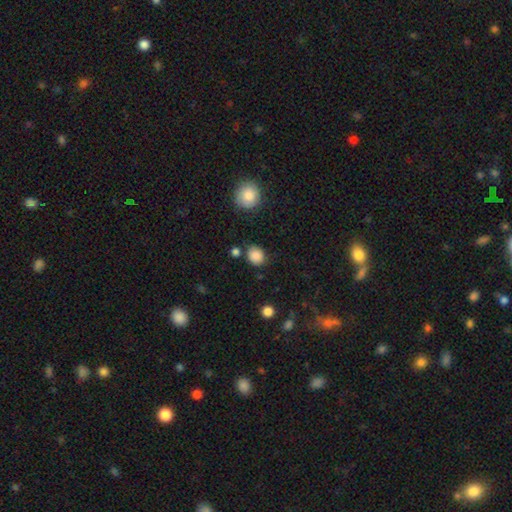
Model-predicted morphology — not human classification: type=smooth (86%); roundness=round (71%); merging=none (77%).